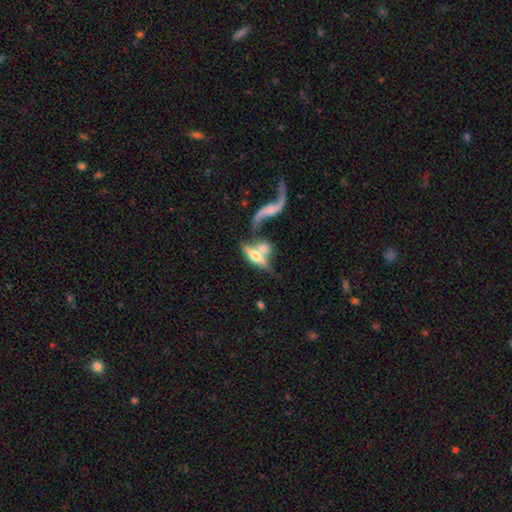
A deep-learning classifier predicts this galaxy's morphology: The model was most divided on "smooth or featured": featured or disk: 59%, smooth: 35%, star or artifact: 7%. More confident: edge-on disk — yes (63%); merging — merger (54%).